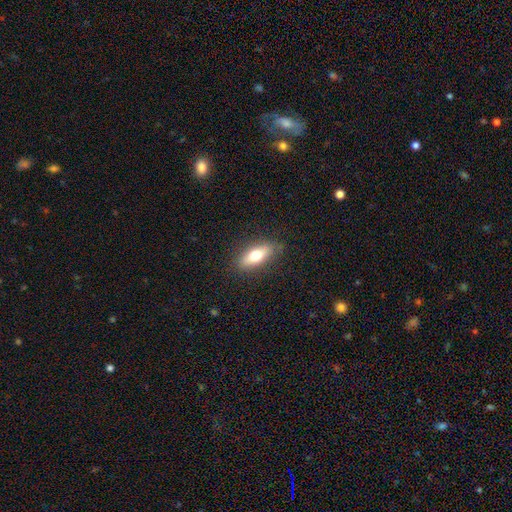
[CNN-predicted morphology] A smooth galaxy with no disk features (65%) that is in between round and cigar-shaped (68%). Merging: none (84%).